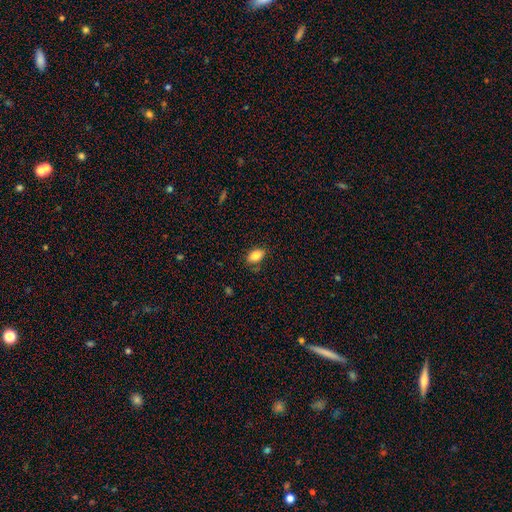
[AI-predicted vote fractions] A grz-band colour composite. It shows a smooth galaxy with no disk features (85%) that is in between round and cigar-shaped (90%). Merging: none (78%).